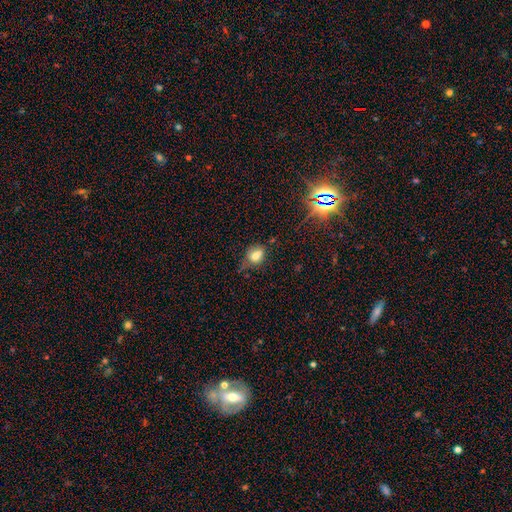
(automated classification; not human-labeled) smooth-or-featured: smooth: 69% | featured or disk: 16% | star or artifact: 15%
  how-rounded: in between: 52% | round: 46% | cigar-shaped: 2%
  merging: none: 45% | minor disturbance: 28% | merger: 15% | major disturbance: 12%